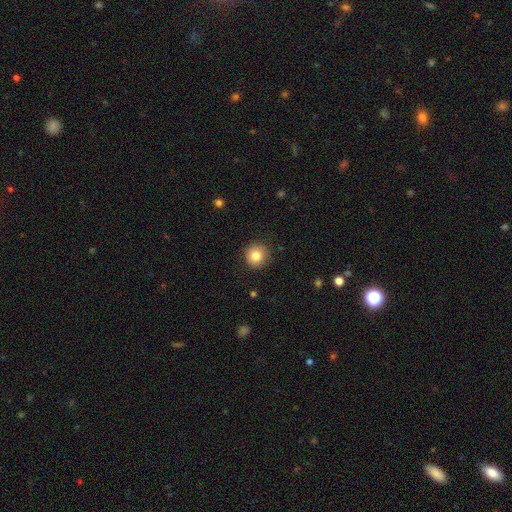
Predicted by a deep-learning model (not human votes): This appears to be a smooth galaxy with no disk features (83%) that is round (93%). Merging: none (90%).